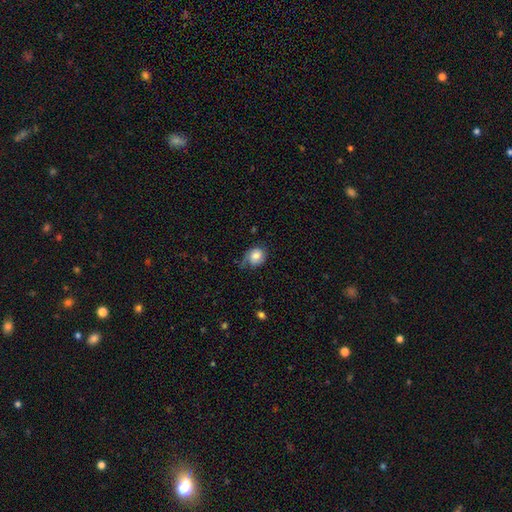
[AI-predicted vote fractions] smooth_or_featured: smooth (p=0.77) [alt: featured or disk p=0.15]
how_rounded: round (p=0.65) [alt: in between p=0.34]
merging: none (p=0.53) [alt: minor disturbance p=0.32]